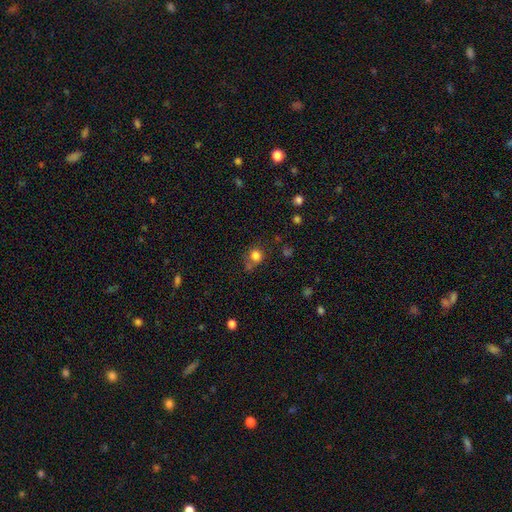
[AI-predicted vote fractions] This is clearly a smooth galaxy (80%). How rounded: clearly round (84%). Merging: likely none (61%).